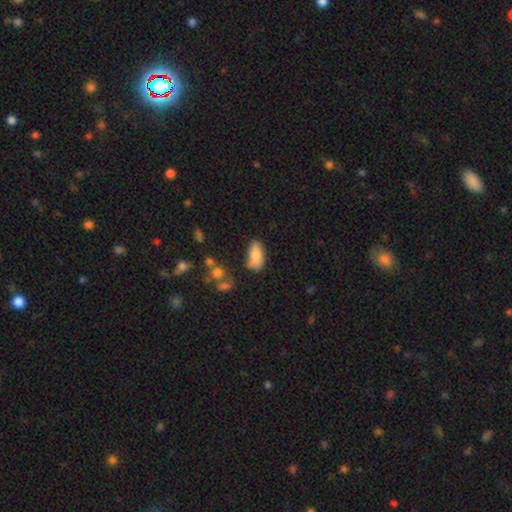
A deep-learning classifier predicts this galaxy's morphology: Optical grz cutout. It shows a smooth galaxy with no disk features (81%) that is in between round and cigar-shaped (90%). Merging: none (62%).